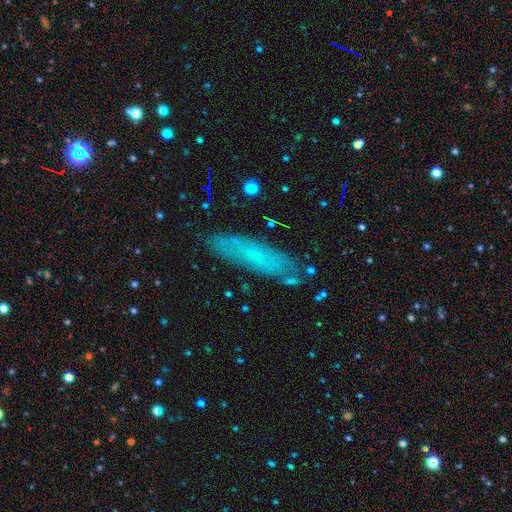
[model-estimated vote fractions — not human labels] Smooth or featured: smooth — 51% (featured or disk — 38%)
How rounded: cigar-shaped — 74% (in between — 24%)
Merging: none — 82% (minor disturbance — 13%)